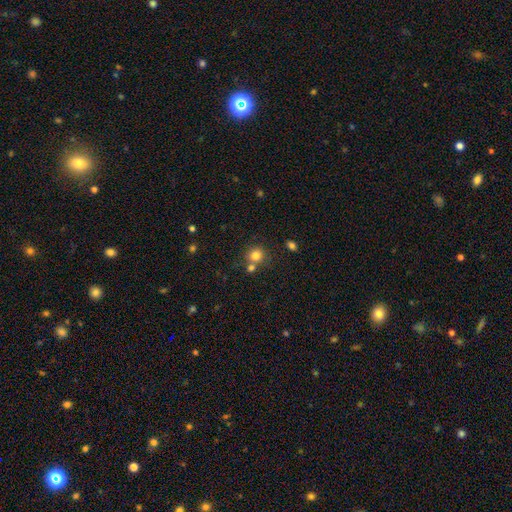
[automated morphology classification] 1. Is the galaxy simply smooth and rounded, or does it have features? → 80% smooth, 13% star or artifact, 7% featured or disk.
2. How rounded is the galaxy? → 88% round, 11% in between, 1% cigar-shaped.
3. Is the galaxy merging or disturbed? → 62% none, 25% merger, 9% minor disturbance, 3% major disturbance.